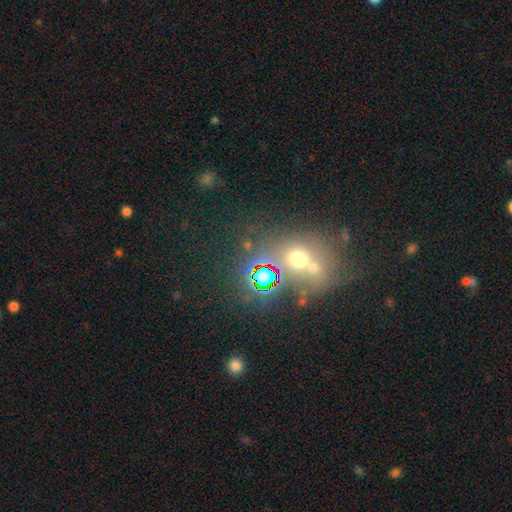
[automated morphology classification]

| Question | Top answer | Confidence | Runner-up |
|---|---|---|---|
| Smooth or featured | star or artifact | 42% | smooth (36%) |